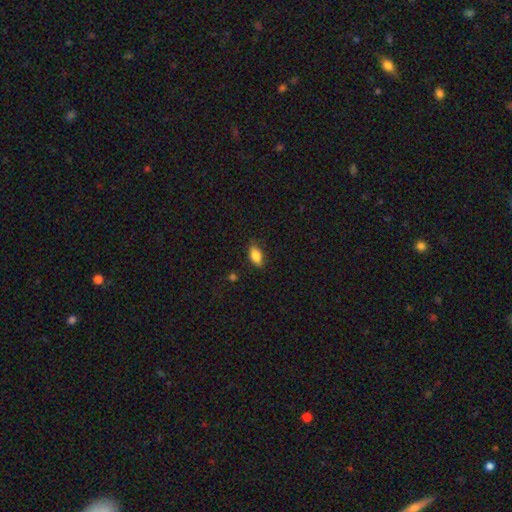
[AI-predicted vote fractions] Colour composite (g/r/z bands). It shows a smooth galaxy with no disk features (83%) that is in between round and cigar-shaped (87%). Merging: none (81%).